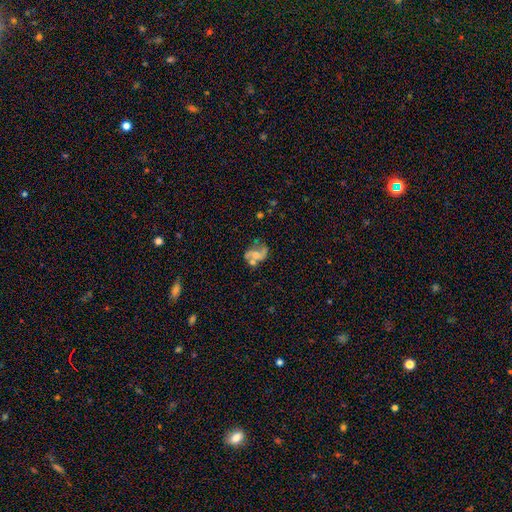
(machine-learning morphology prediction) This appears to be a featured or disk galaxy (64%) with no bar (62%), spiral arms (72%) and a small central bulge (35%). Merging: none (34%).